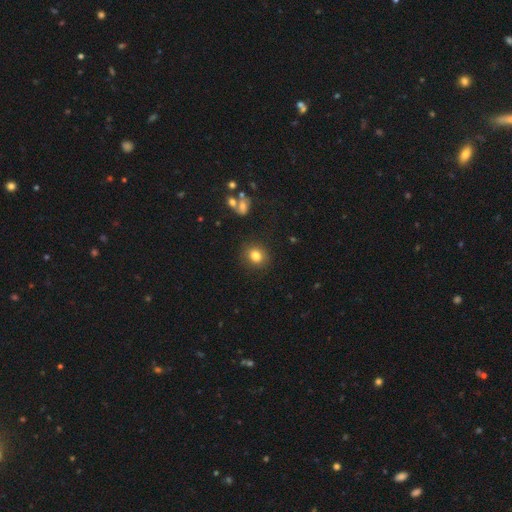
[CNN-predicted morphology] Overall: smooth (81%). How rounded: round (77%). Merging: none (88%).